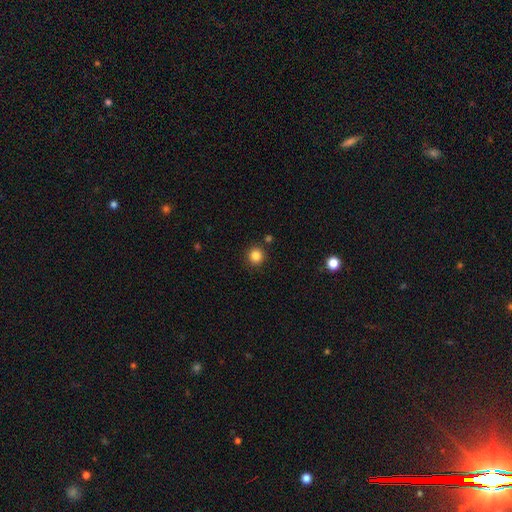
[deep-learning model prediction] A smooth galaxy with no disk features (84%) that is round (94%).

Vote fractions:
- Smooth or featured? smooth: 84% / star or artifact: 12% / featured or disk: 4%
- How rounded? round: 94% / in between: 5% / cigar-shaped: 1%
- Merging? none: 88% / minor disturbance: 6% / merger: 3% / major disturbance: 2%